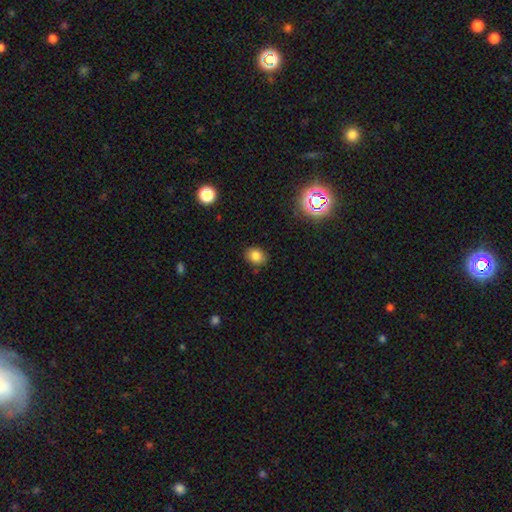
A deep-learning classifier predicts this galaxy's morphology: Q: Smooth or featured?
A: smooth (80%); runner-up: star or artifact (13%)
Q: How rounded?
A: in between (51%); runner-up: round (48%)
Q: Merging?
A: none (86%); runner-up: minor disturbance (11%)